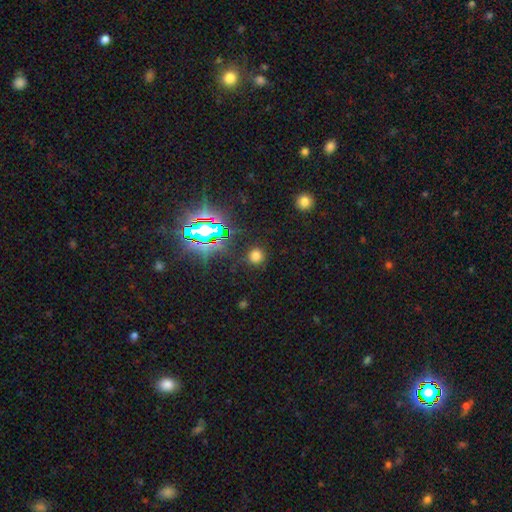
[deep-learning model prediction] This appears to be a smooth galaxy with no disk features (66%) that is round (92%). Merging: none (87%).